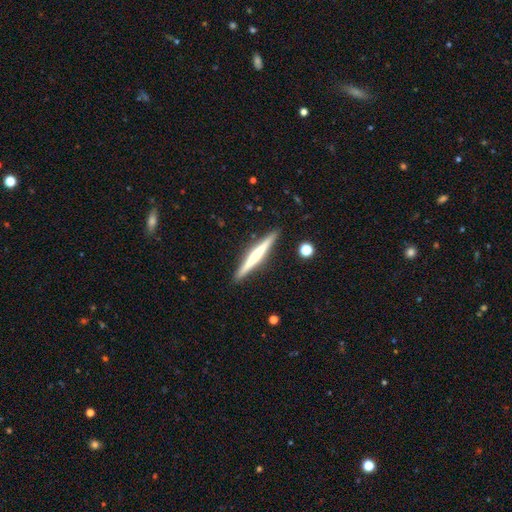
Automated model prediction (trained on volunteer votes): This appears to be a featured or disk galaxy (62%) viewed edge-on (98%) with no central bulge (47%). Merging: none (91%).